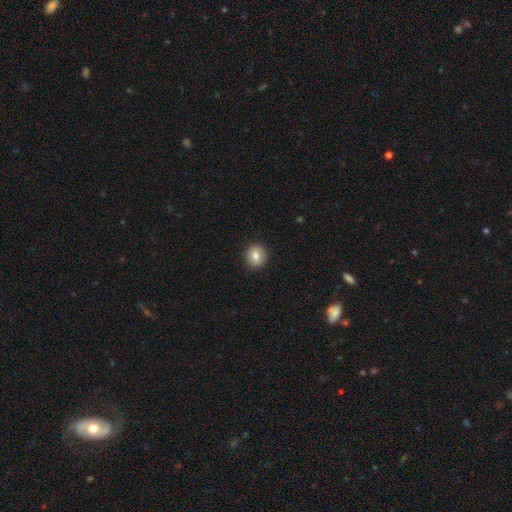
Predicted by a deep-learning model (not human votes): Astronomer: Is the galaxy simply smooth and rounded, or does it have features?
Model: smooth — 81%.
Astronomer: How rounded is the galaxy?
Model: round — 88%.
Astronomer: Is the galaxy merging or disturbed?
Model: none — 91%.